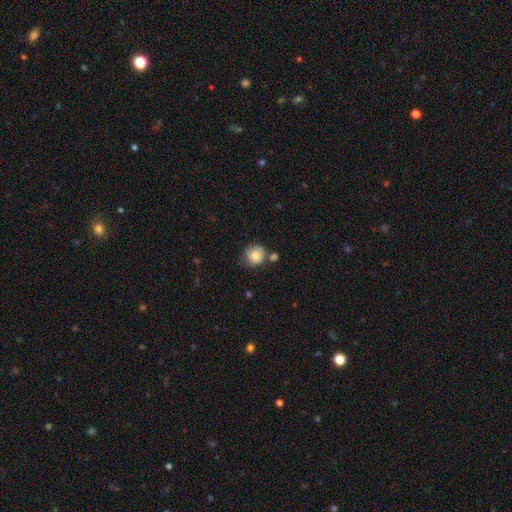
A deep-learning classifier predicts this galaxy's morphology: The model was most divided on "merging": none: 59%, minor disturbance: 20%, merger: 15%, major disturbance: 6%. More confident: how rounded — round (88%); smooth or featured — smooth (82%).